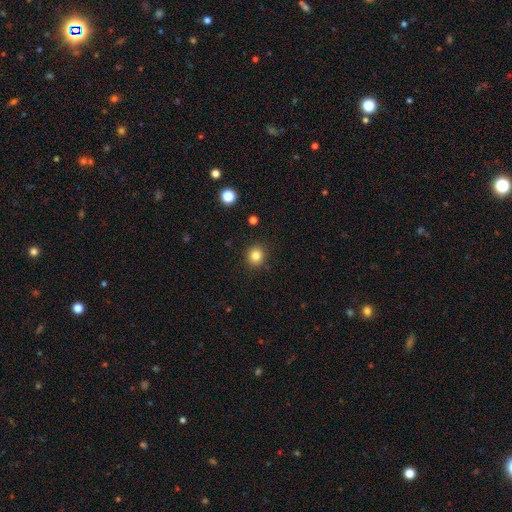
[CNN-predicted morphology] Smooth or featured? Predicted: smooth (p=0.83). How rounded? Predicted: round (p=0.89). Merging? Predicted: none (p=0.90).